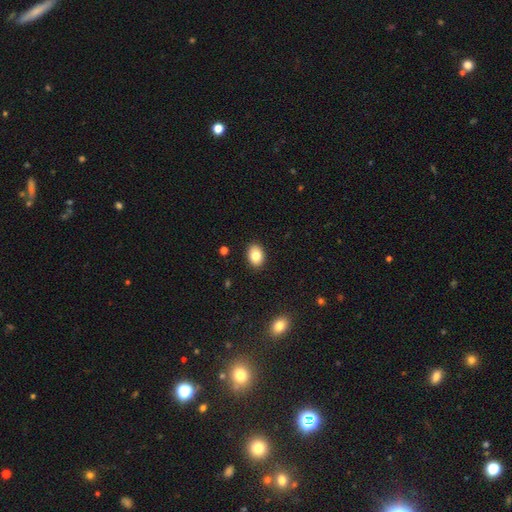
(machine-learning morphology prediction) smooth 82%, featured or disk 9%, star or artifact 9%. Down the decision tree: how rounded — in between (74%); merging — none (90%).